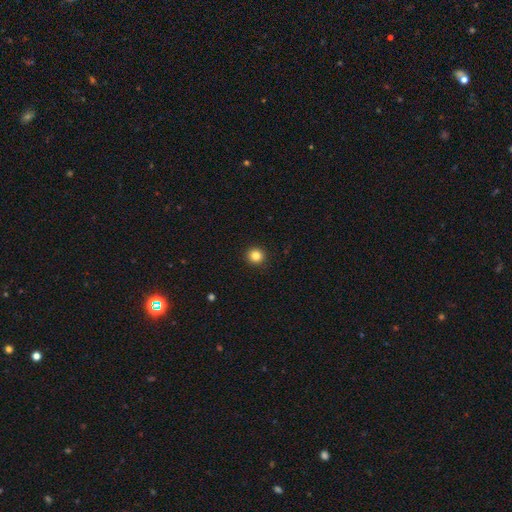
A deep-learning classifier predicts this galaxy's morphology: smooth_or_featured: smooth (p=0.84) [alt: star or artifact p=0.12]
how_rounded: round (p=0.94) [alt: in between p=0.05]
merging: none (p=0.93) [alt: minor disturbance p=0.04]